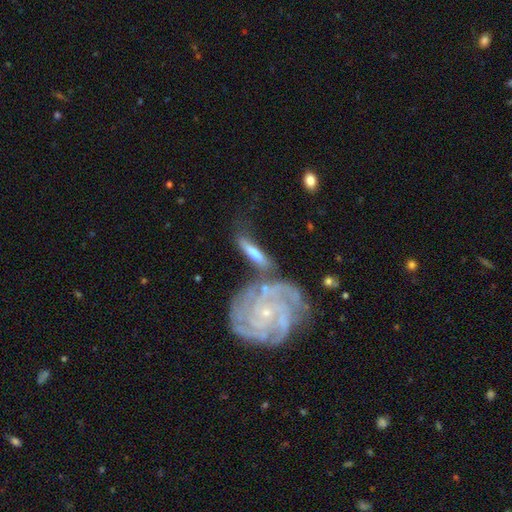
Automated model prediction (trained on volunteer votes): smooth_or_featured: featured or disk (p=0.48) [alt: smooth p=0.46]
merging: none (p=0.52) [alt: merger p=0.21]